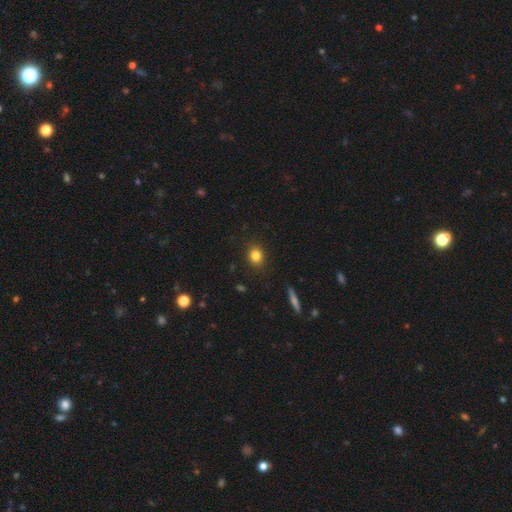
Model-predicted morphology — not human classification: Smooth or featured? Predicted: smooth (p=0.82). How rounded? Predicted: round (p=0.69). Merging? Predicted: none (p=0.88).